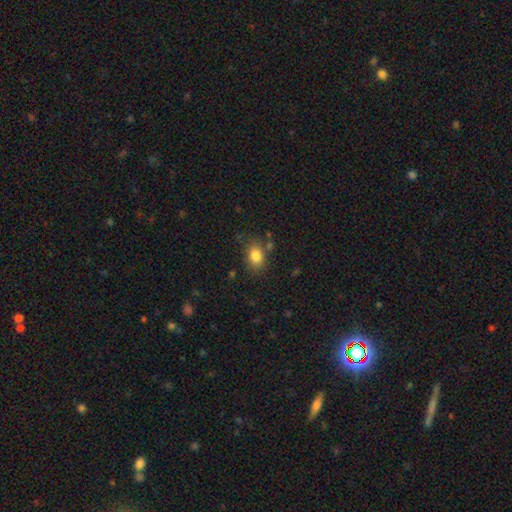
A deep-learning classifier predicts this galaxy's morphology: This is clearly a smooth galaxy (83%). How rounded: likely in between (67%). Merging: likely none (75%).